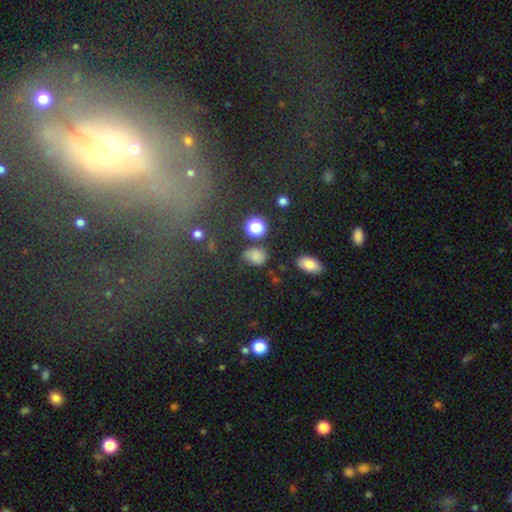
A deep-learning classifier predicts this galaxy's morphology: A smooth galaxy with no disk features (68%) that is in between round and cigar-shaped (53%).

Vote fractions:
- Smooth or featured? smooth: 68% / star or artifact: 18% / featured or disk: 14%
- How rounded? in between: 53% / round: 46% / cigar-shaped: 2%
- Merging? none: 56% / minor disturbance: 26% / major disturbance: 11% / merger: 7%